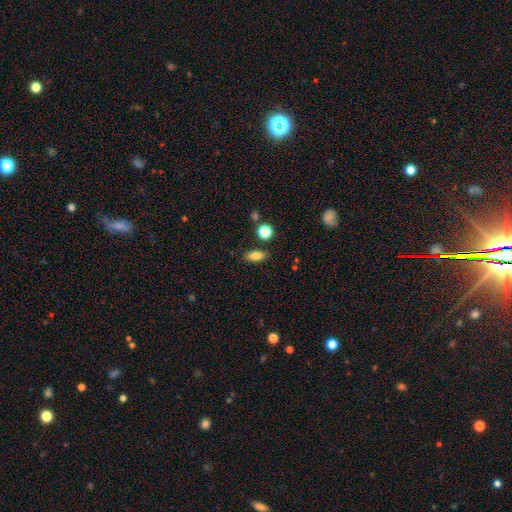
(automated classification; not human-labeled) Smooth or featured? Predicted: smooth (p=0.83). How rounded? Predicted: in between (p=0.80). Merging? Predicted: none (p=0.84).